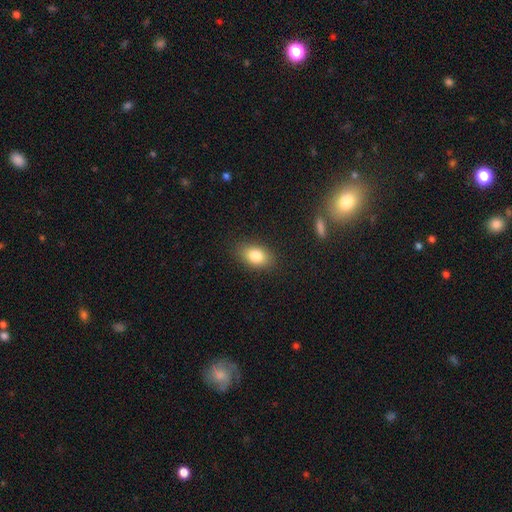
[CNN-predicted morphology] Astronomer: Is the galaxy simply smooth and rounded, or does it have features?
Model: smooth — 81%.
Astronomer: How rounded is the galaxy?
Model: in between — 85%.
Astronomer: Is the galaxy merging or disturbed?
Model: none — 86%.